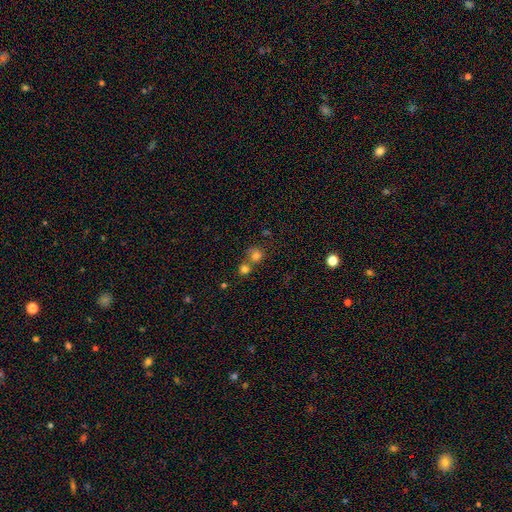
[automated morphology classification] The model was most divided on "merging": none: 45%, merger: 42%, minor disturbance: 8%, major disturbance: 5%. More confident: how rounded — round (82%); smooth or featured — smooth (75%).